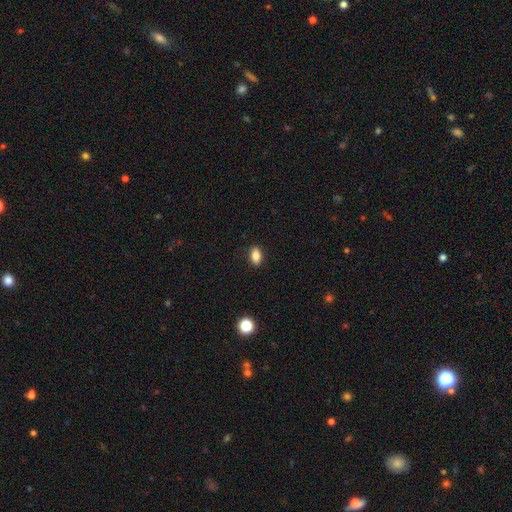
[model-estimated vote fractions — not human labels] Smooth or featured?
  - smooth: 84% *
  - star or artifact: 9%
  - featured or disk: 7%
How rounded?
  - in between: 87% *
  - round: 8%
  - cigar-shaped: 5%
Merging?
  - none: 89% *
  - minor disturbance: 8%
  - major disturbance: 2%
  - merger: 1%